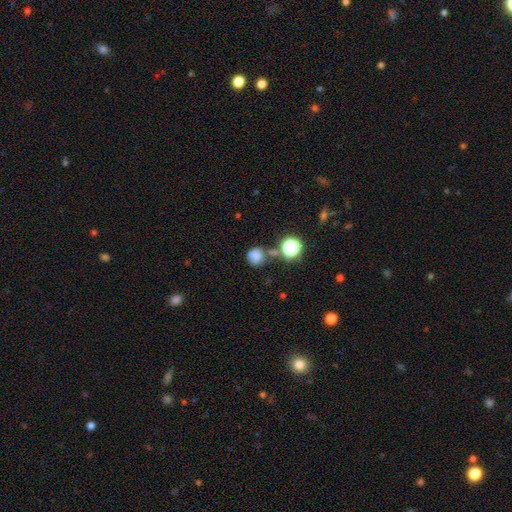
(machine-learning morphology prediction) A smooth galaxy with no disk features (68%) that is round (86%).

Vote fractions:
- Smooth or featured? smooth: 68% / star or artifact: 18% / featured or disk: 14%
- How rounded? round: 86% / in between: 13% / cigar-shaped: 1%
- Merging? none: 57% / minor disturbance: 18% / merger: 17% / major disturbance: 8%